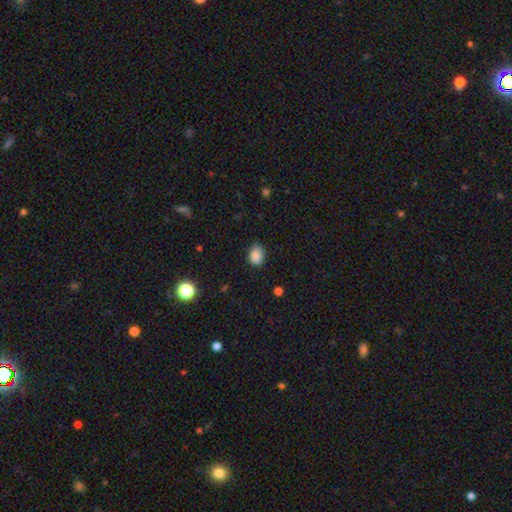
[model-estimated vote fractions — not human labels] smooth 86%, star or artifact 9%, featured or disk 5%. Down the decision tree: how rounded — in between (65%); merging — none (73%).